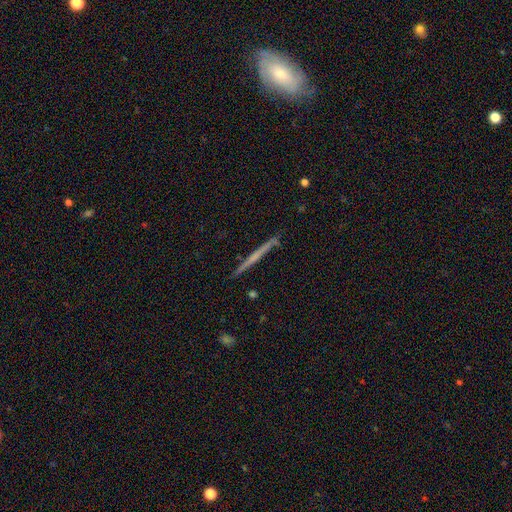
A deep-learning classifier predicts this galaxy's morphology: smooth-or-featured: featured or disk: 55% | smooth: 40% | star or artifact: 6%
  disk-edge-on: yes: 98% | no: 2%
    edge-on-bulge: none: 85% | rounded: 11% | boxy: 5%
  merging: none: 90% | minor disturbance: 7% | merger: 1% | major disturbance: 1%